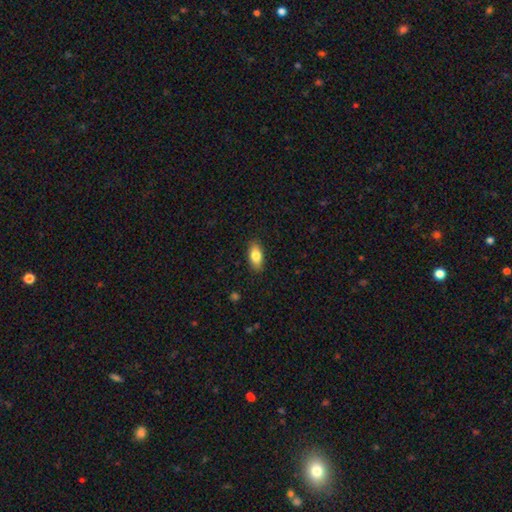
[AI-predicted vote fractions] Smooth or featured? Predicted: smooth (p=0.80). How rounded? Predicted: in between (p=0.87). Merging? Predicted: none (p=0.88).